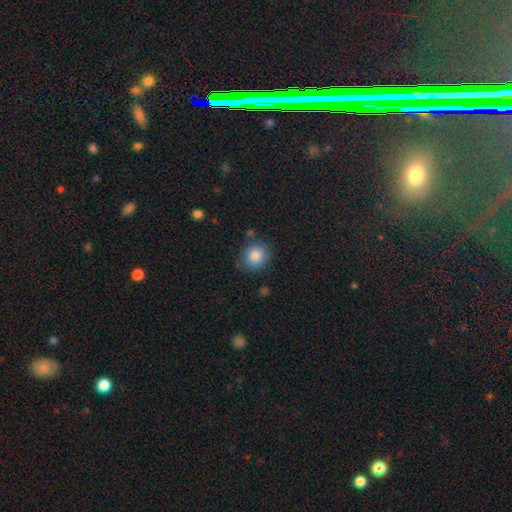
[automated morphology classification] Smooth or featured? smooth (84%)
How rounded? round (79%)
Merging? none (82%)